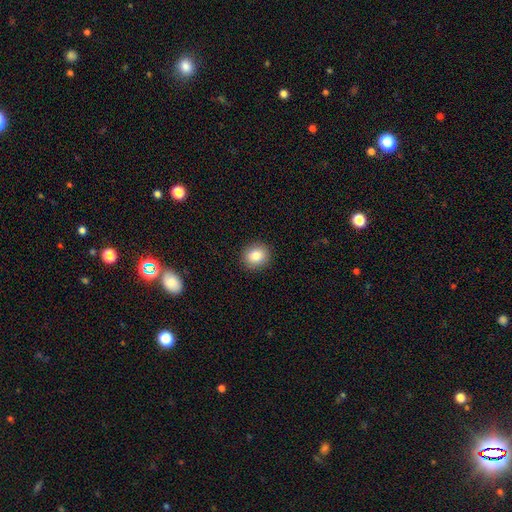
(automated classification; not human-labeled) Smooth or featured?
  - smooth: 84% *
  - star or artifact: 9%
  - featured or disk: 7%
How rounded?
  - round: 80% *
  - in between: 19%
  - cigar-shaped: 1%
Merging?
  - none: 91% *
  - minor disturbance: 6%
  - major disturbance: 2%
  - merger: 1%